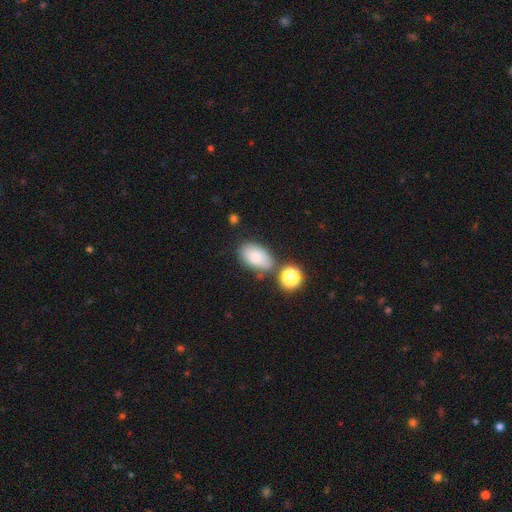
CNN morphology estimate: Smooth or featured?
  - smooth: 80% *
  - featured or disk: 10%
  - star or artifact: 10%
How rounded?
  - in between: 92% *
  - round: 7%
  - cigar-shaped: 2%
Merging?
  - none: 67% *
  - minor disturbance: 17%
  - merger: 11%
  - major disturbance: 5%